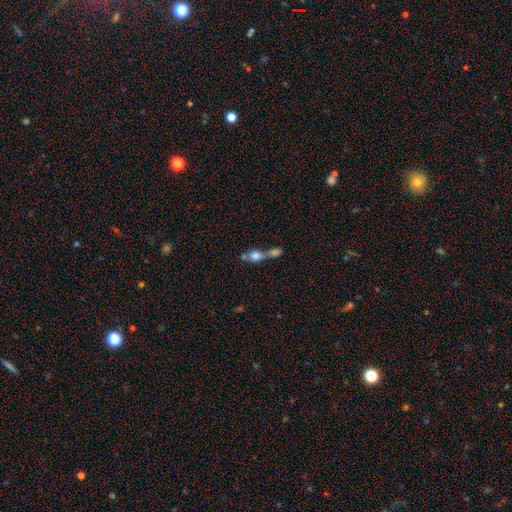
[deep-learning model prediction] Smooth or featured?
  - smooth: 68% *
  - featured or disk: 23%
  - star or artifact: 10%
How rounded?
  - in between: 54% *
  - round: 34%
  - cigar-shaped: 12%
Merging?
  - merger: 73% *
  - none: 16%
  - minor disturbance: 6%
  - major disturbance: 5%